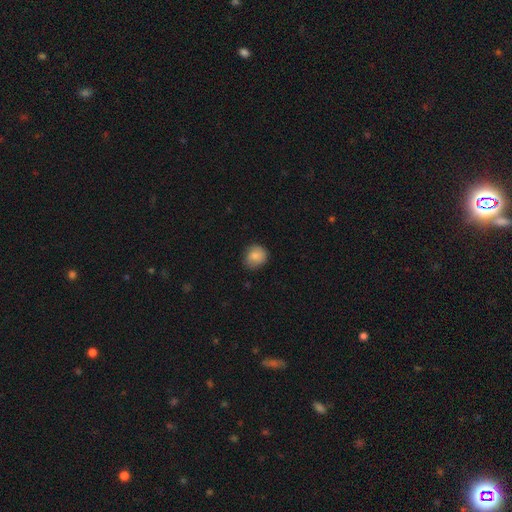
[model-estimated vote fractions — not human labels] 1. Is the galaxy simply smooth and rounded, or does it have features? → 84% smooth, 8% star or artifact, 8% featured or disk.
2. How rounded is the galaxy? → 73% round, 26% in between, 1% cigar-shaped.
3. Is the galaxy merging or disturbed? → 75% none, 20% minor disturbance, 4% major disturbance, 1% merger.